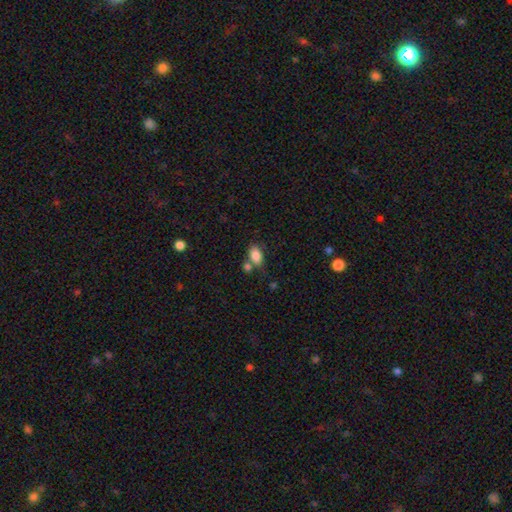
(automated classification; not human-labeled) smooth_or_featured: smooth (p=0.84) [alt: star or artifact p=0.09]
how_rounded: in between (p=0.89) [alt: round p=0.08]
merging: none (p=0.55) [alt: merger p=0.25]